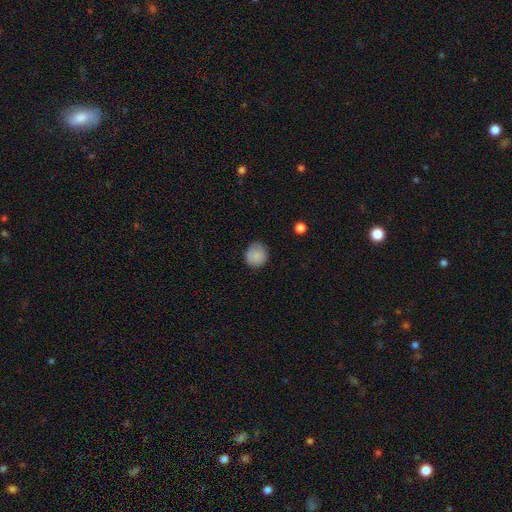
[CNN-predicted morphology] smooth 85%, star or artifact 8%, featured or disk 7%. Down the decision tree: how rounded — round (88%); merging — none (81%).